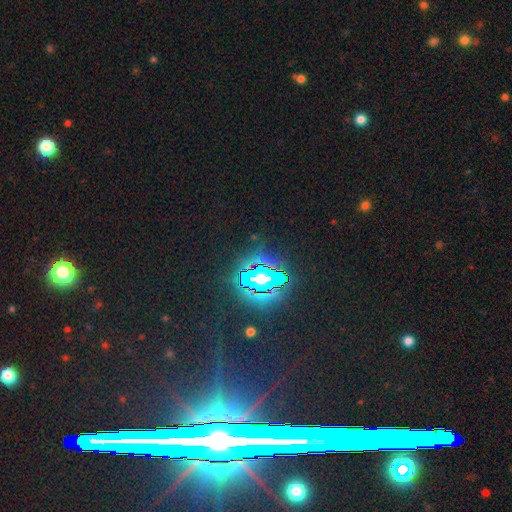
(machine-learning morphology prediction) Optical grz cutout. It shows a star or artifact, not a galaxy (83%).